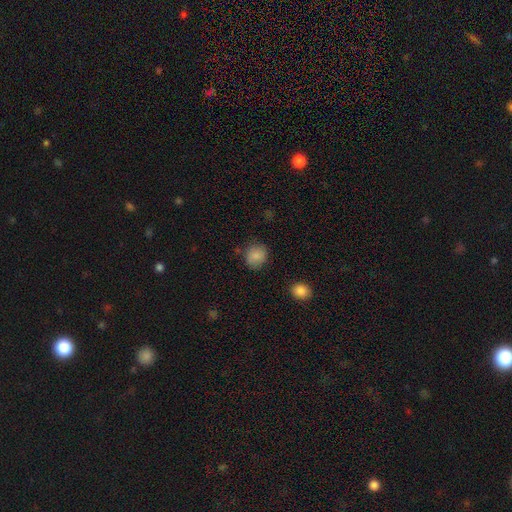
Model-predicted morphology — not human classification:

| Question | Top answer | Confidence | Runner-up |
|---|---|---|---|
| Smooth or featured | smooth | 86% | star or artifact (9%) |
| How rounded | round | 74% | in between (25%) |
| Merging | none | 80% | minor disturbance (14%) |